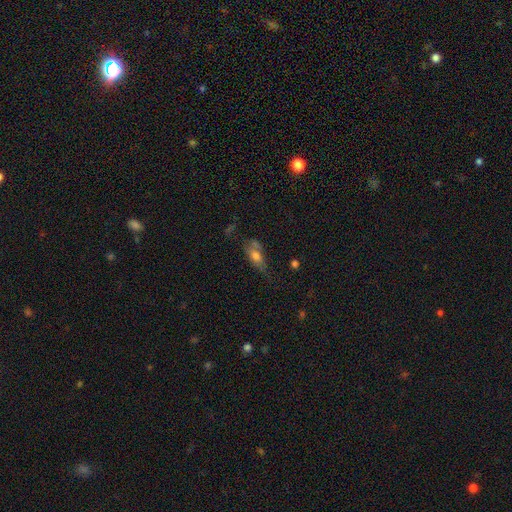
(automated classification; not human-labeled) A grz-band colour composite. It shows a smooth galaxy with no disk features (62%) that is in between round and cigar-shaped (76%). Merging: none (42%).